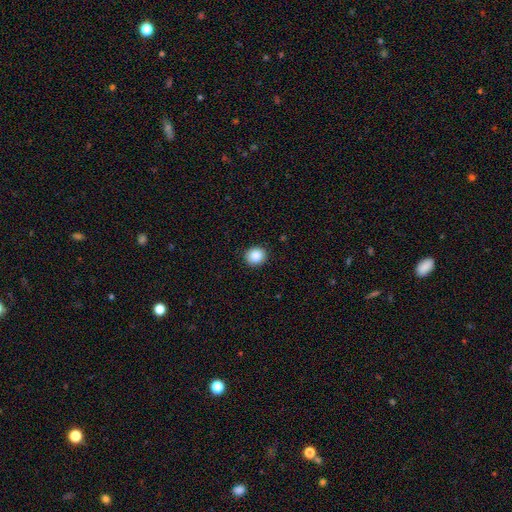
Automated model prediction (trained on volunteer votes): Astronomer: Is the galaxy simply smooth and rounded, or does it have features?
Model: smooth — 87%.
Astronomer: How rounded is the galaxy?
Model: round — 82%.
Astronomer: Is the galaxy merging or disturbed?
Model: none — 91%.